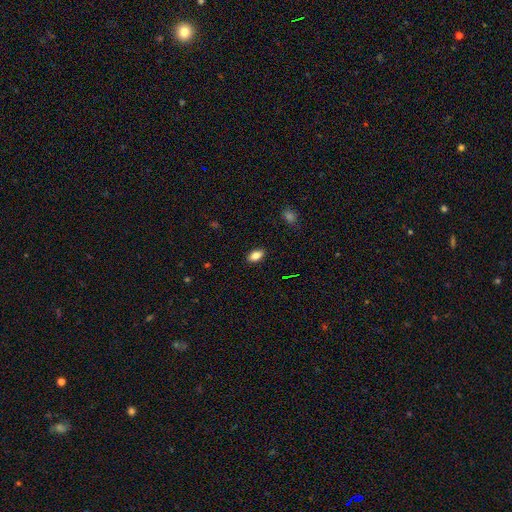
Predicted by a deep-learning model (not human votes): A smooth galaxy with no disk features (83%) that is in between round and cigar-shaped (89%).

Vote fractions:
- Smooth or featured? smooth: 83% / star or artifact: 9% / featured or disk: 8%
- How rounded? in between: 89% / round: 7% / cigar-shaped: 4%
- Merging? none: 89% / minor disturbance: 8% / major disturbance: 2% / merger: 1%